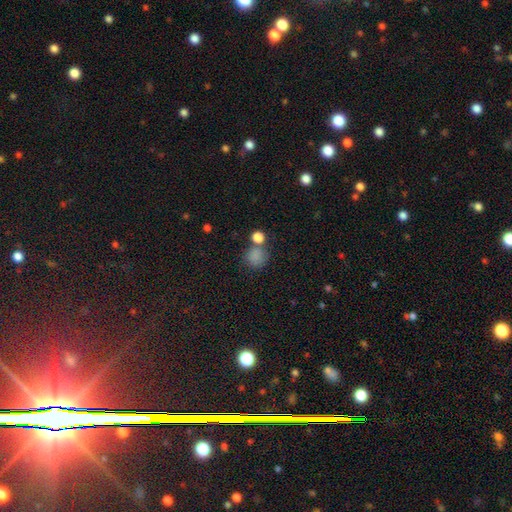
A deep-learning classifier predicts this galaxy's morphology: Overall: smooth (81%). How rounded: round (87%). Merging: none (65%).